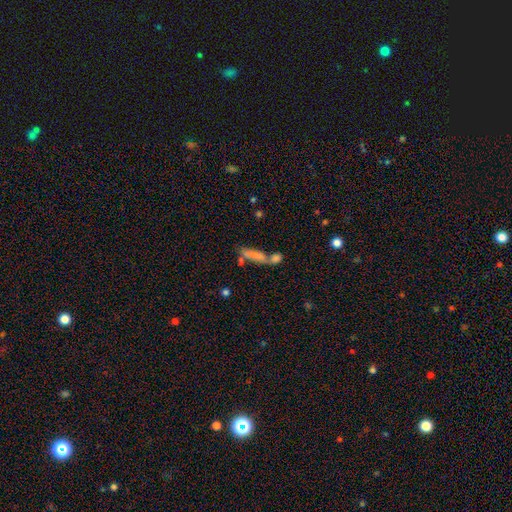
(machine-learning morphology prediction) Smooth or featured: smooth — 69% (featured or disk — 20%)
How rounded: cigar-shaped — 72% (in between — 25%)
Merging: none — 41% (merger — 39%)